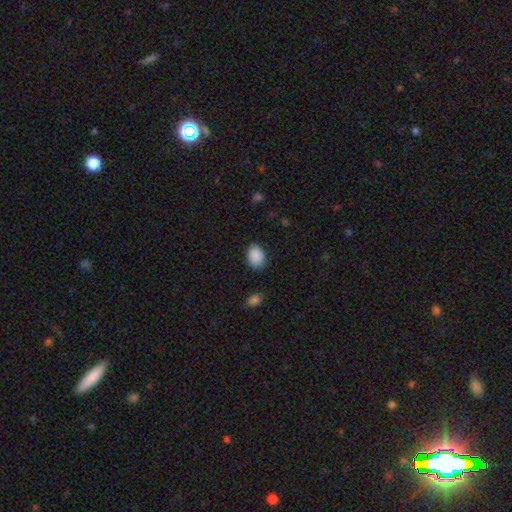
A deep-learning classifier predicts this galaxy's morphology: Overall: smooth (89%). How rounded: in between (73%). Merging: none (82%).